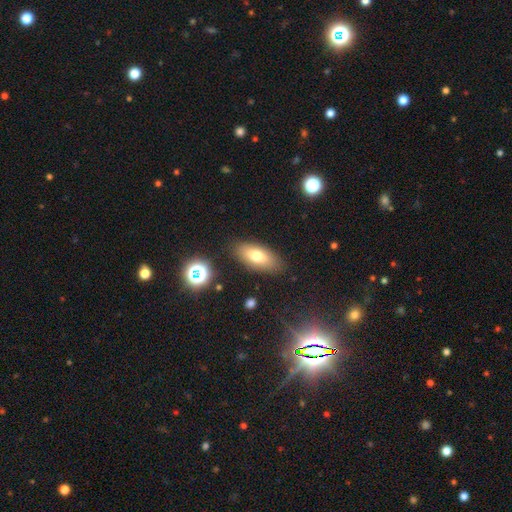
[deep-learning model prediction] Smooth or featured? Predicted: smooth (p=0.71). How rounded? Predicted: in between (p=0.84). Merging? Predicted: none (p=0.84).